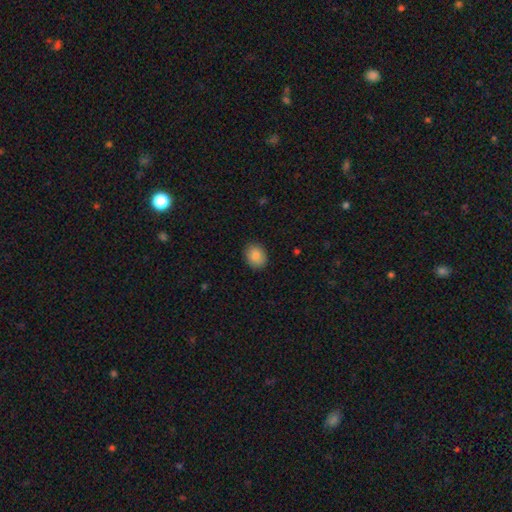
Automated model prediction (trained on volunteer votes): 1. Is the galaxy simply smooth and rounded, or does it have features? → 87% smooth, 8% star or artifact, 5% featured or disk.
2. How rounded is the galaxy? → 53% round, 46% in between, 1% cigar-shaped.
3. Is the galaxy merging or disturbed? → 88% none, 9% minor disturbance, 2% major disturbance, 1% merger.